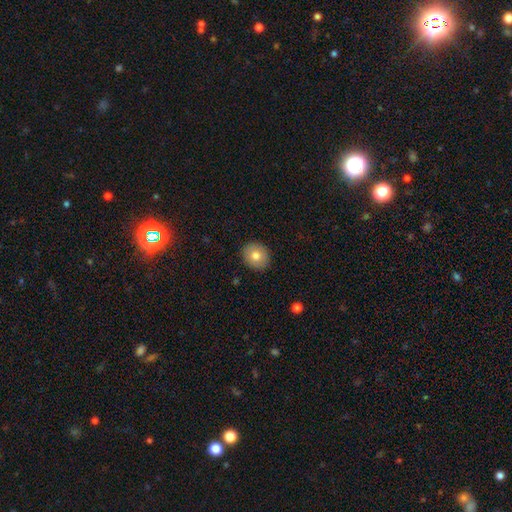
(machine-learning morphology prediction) A smooth galaxy with no disk features (78%) that is round (75%).

Vote fractions:
- Smooth or featured? smooth: 78% / featured or disk: 14% / star or artifact: 8%
- How rounded? round: 75% / in between: 24% / cigar-shaped: 1%
- Merging? none: 90% / minor disturbance: 7% / major disturbance: 2% / merger: 1%